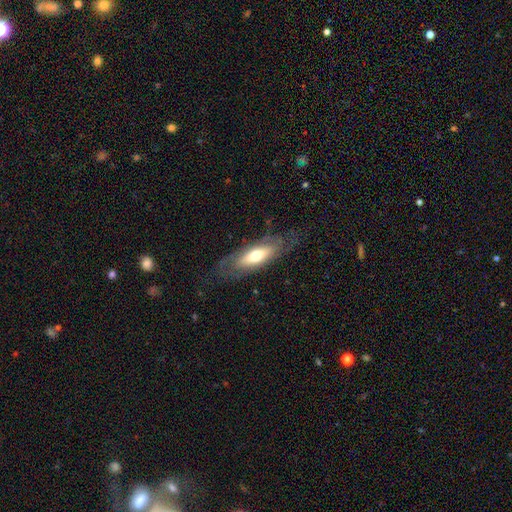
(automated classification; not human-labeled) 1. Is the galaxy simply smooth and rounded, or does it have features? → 49% featured or disk, 45% smooth, 6% star or artifact.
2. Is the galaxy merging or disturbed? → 70% none, 18% minor disturbance, 11% major disturbance, 1% merger.